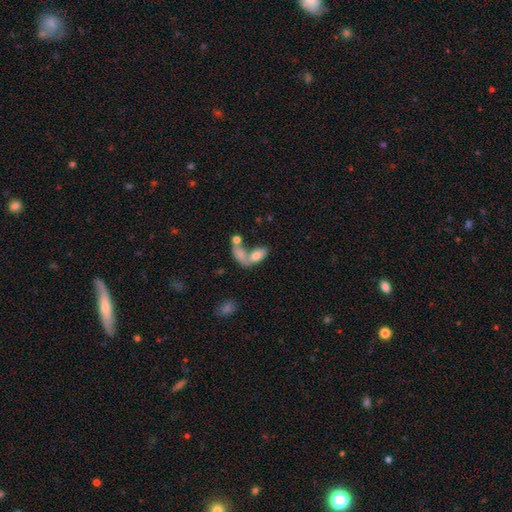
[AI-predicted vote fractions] This is likely a smooth galaxy (75%). How rounded: clearly in between (90%). Merging: possibly merger (58%).